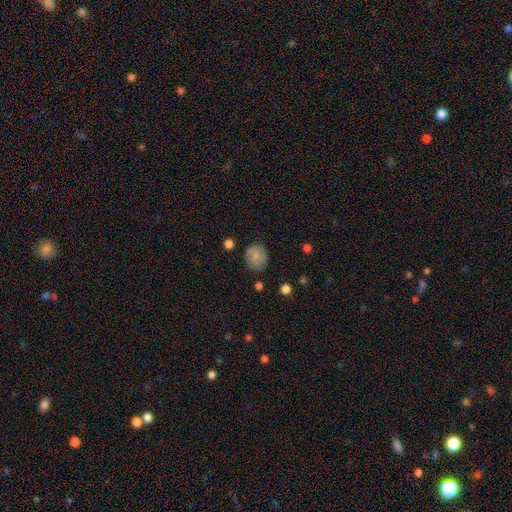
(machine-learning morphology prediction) Smooth or featured?
  - smooth: 70% *
  - featured or disk: 22%
  - star or artifact: 9%
How rounded?
  - round: 70% *
  - in between: 29%
  - cigar-shaped: 1%
Merging?
  - none: 76% *
  - minor disturbance: 17%
  - major disturbance: 5%
  - merger: 2%